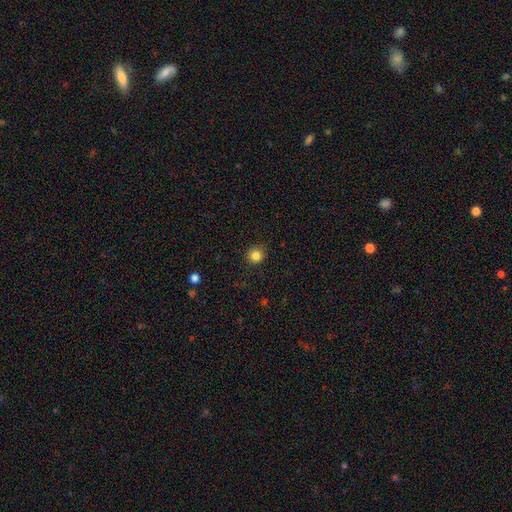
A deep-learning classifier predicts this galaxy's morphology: A smooth galaxy with no disk features (84%) that is round (90%). Merging: none (88%).